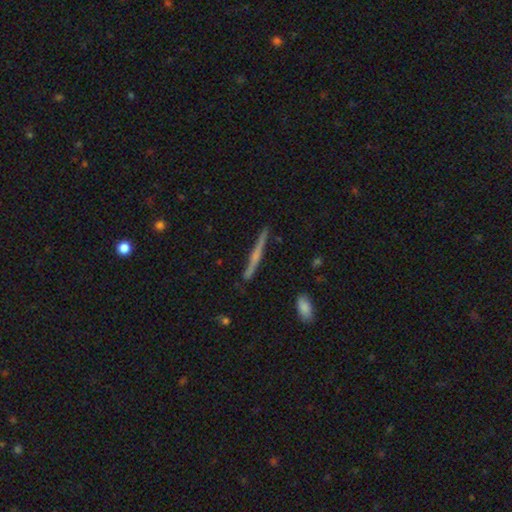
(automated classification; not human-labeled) Smooth or featured? featured or disk (64%)
Edge-on disk? yes (98%)
Edge-on bulge? rounded (50%)
Merging? none (89%)